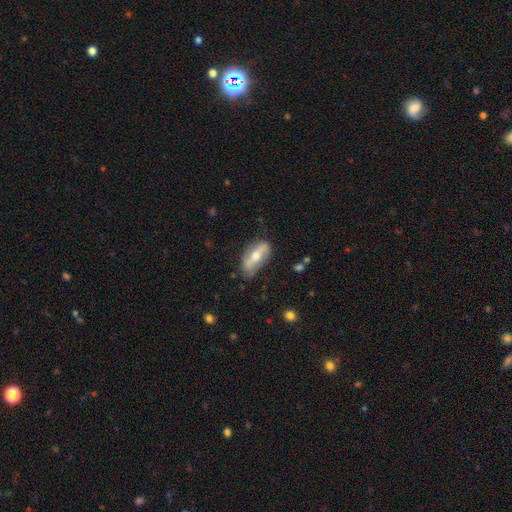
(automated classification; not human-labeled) A featured or disk galaxy (53%).

Vote fractions:
- Smooth or featured? featured or disk: 53% / smooth: 41% / star or artifact: 6%
- Edge-on disk? no: 63% / yes: 37%
- Merging? none: 74% / minor disturbance: 19% / major disturbance: 5% / merger: 2%